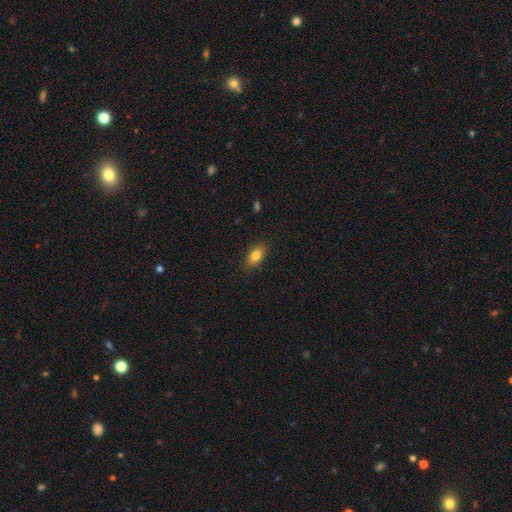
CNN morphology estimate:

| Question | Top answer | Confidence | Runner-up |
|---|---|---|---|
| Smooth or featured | smooth | 82% | featured or disk (10%) |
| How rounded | in between | 89% | round (7%) |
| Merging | none | 87% | minor disturbance (9%) |